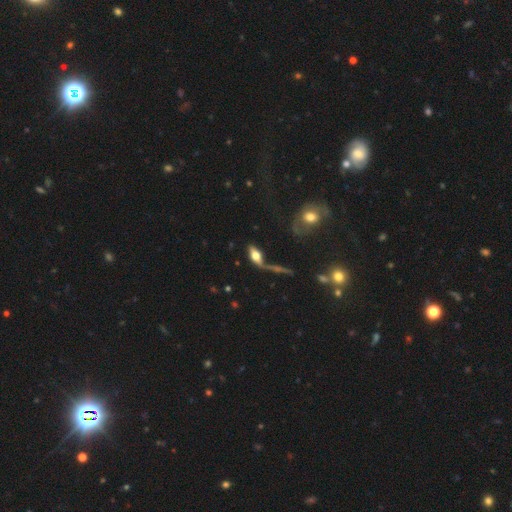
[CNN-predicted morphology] Smooth or featured: smooth — 51% (featured or disk — 38%)
How rounded: in between — 78% (cigar-shaped — 15%)
Merging: none — 34% (merger — 24%)